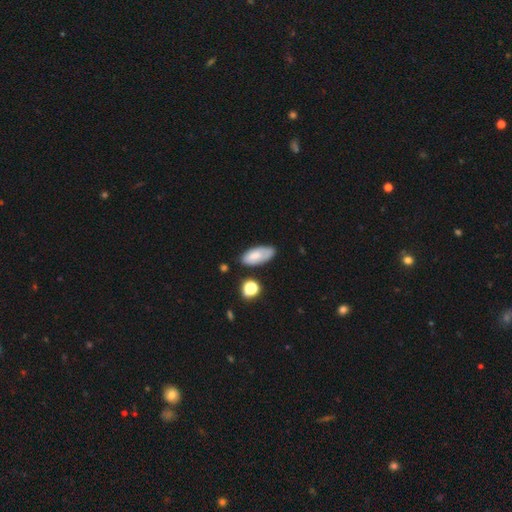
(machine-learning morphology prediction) smooth_or_featured: smooth (p=0.71) [alt: featured or disk p=0.20]
how_rounded: in between (p=0.87) [alt: cigar-shaped p=0.10]
merging: none (p=0.65) [alt: minor disturbance p=0.24]